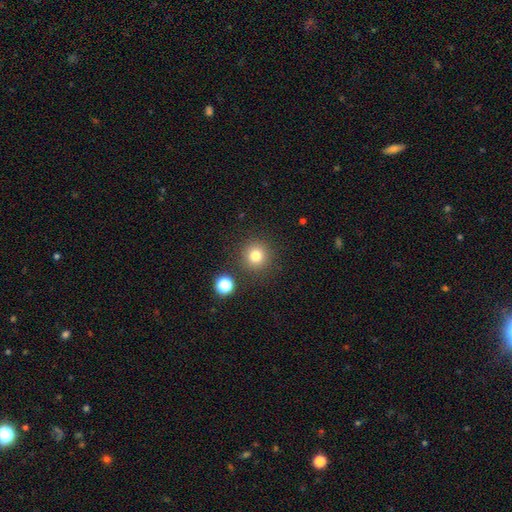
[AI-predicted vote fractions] smooth-or-featured: smooth: 78% | star or artifact: 15% | featured or disk: 7%
  how-rounded: round: 95% | in between: 4% | cigar-shaped: 1%
  merging: none: 87% | minor disturbance: 6% | merger: 3% | major disturbance: 3%